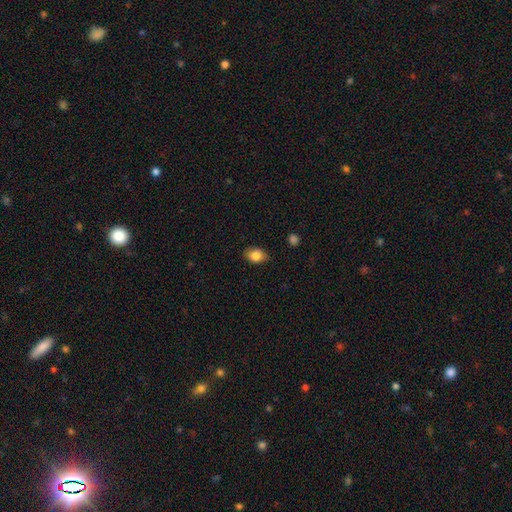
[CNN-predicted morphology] smooth 84%, star or artifact 9%, featured or disk 8%. Down the decision tree: how rounded — in between (72%); merging — none (80%).